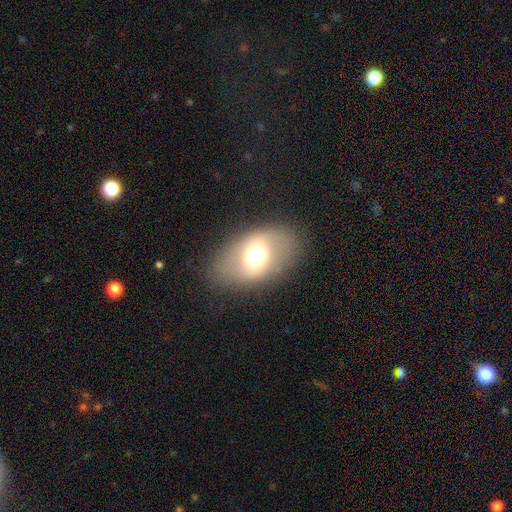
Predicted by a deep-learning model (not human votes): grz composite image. It shows a smooth galaxy with no disk features (57%) that is in between round and cigar-shaped (80%). Merging: none (82%).